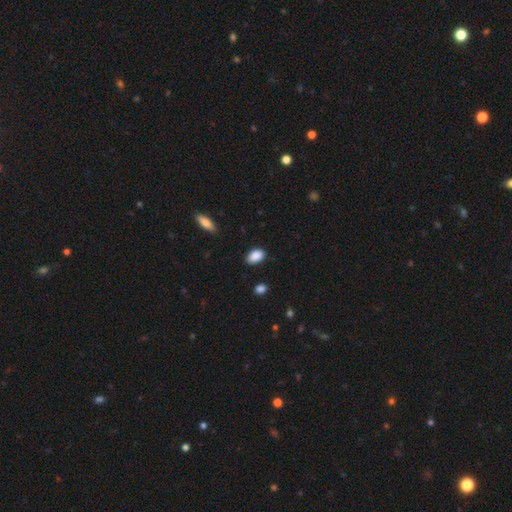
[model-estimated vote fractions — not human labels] smooth 89%, star or artifact 7%, featured or disk 4%. Down the decision tree: how rounded — in between (91%); merging — none (82%).